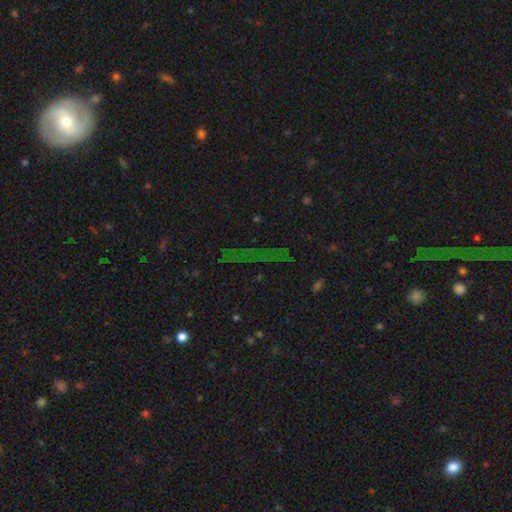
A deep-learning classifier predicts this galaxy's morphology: Smooth or featured?
  - star or artifact: 70% *
  - smooth: 16%
  - featured or disk: 14%